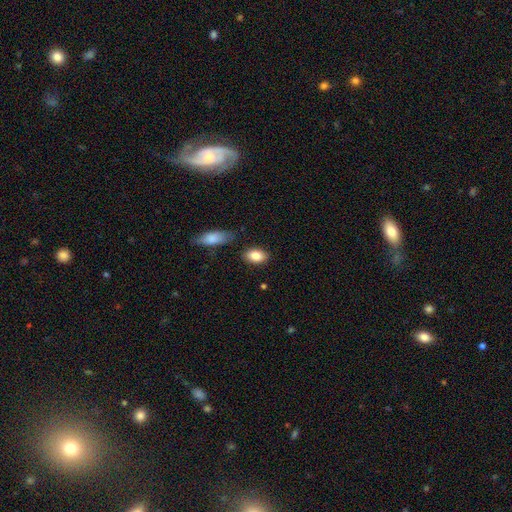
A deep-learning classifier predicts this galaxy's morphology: Overall: smooth (85%). How rounded: in between (88%). Merging: none (82%).